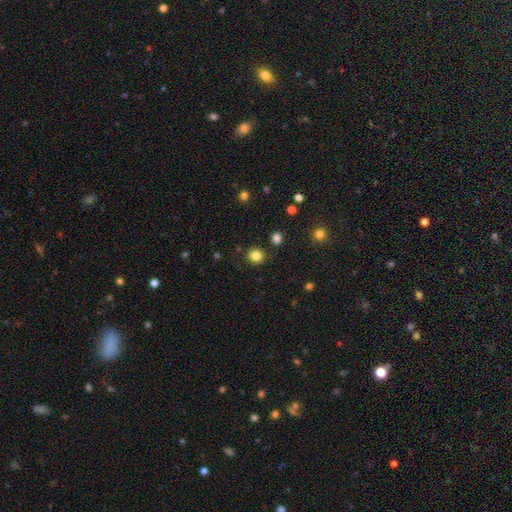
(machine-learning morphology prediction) This is clearly a smooth galaxy (83%). How rounded: clearly round (88%). Merging: clearly none (89%).